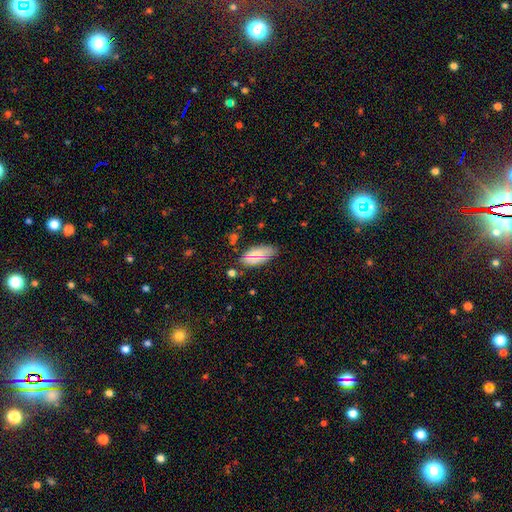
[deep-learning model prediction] Smooth or featured? smooth (70%)
How rounded? in between (90%)
Merging? none (70%)